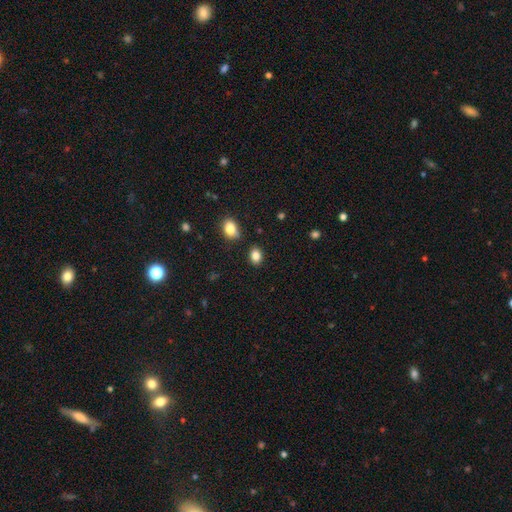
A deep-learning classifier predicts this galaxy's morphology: type=smooth (85%); roundness=in between (68%); merging=none (83%).